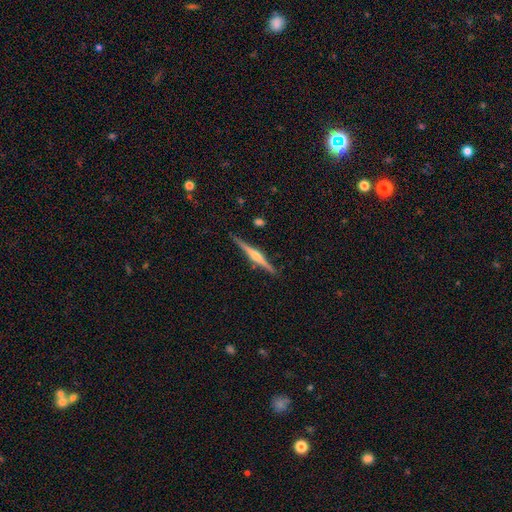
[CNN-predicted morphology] This is likely a featured or disk galaxy (74%). It is clearly viewed edge-on (98%). Edge-on bulge: likely rounded (76%). Merging: clearly none (89%).